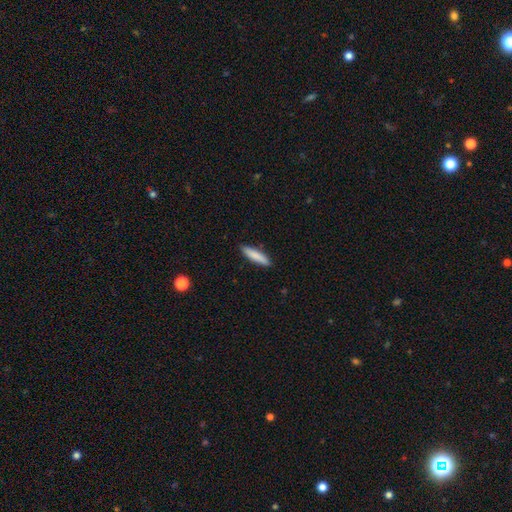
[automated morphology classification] Smooth or featured? smooth (84%)
How rounded? cigar-shaped (81%)
Merging? none (88%)